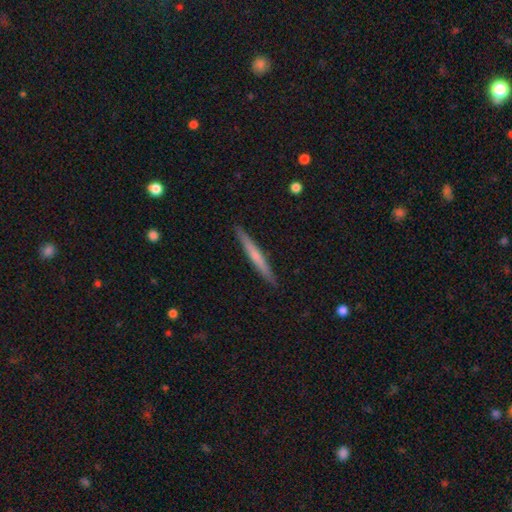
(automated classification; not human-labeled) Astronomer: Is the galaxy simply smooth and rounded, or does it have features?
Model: smooth — 53% (runner-up: featured or disk, 41%).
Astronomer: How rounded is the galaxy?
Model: cigar-shaped — 96%.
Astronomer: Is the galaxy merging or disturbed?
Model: none — 91%.